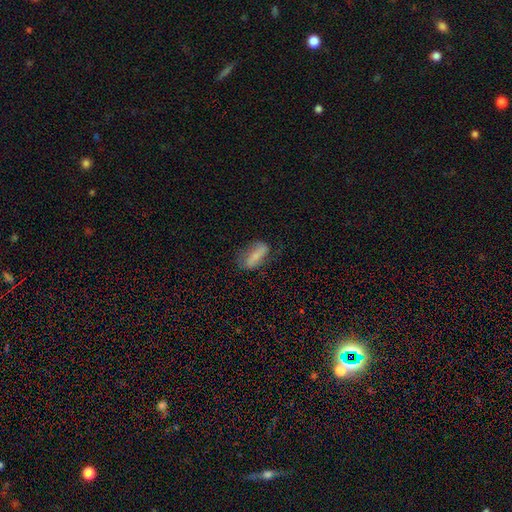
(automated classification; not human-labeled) smooth_or_featured: smooth (p=0.54) [alt: featured or disk p=0.38]
how_rounded: in between (p=0.76) [alt: cigar-shaped p=0.19]
merging: none (p=0.59) [alt: minor disturbance p=0.25]